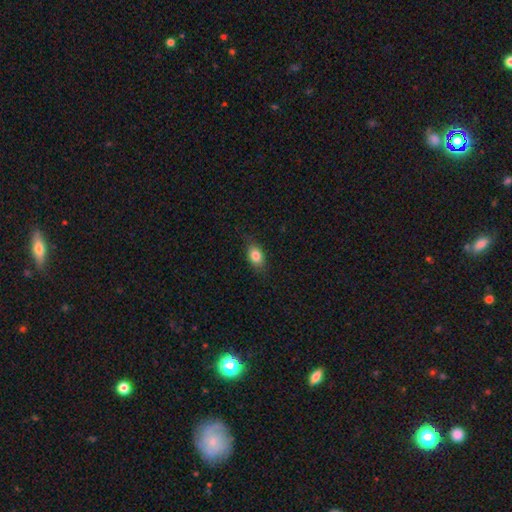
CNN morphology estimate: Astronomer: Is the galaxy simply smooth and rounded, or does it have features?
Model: smooth — 83%.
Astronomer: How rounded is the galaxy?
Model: in between — 82%.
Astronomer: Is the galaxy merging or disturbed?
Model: none — 82%.